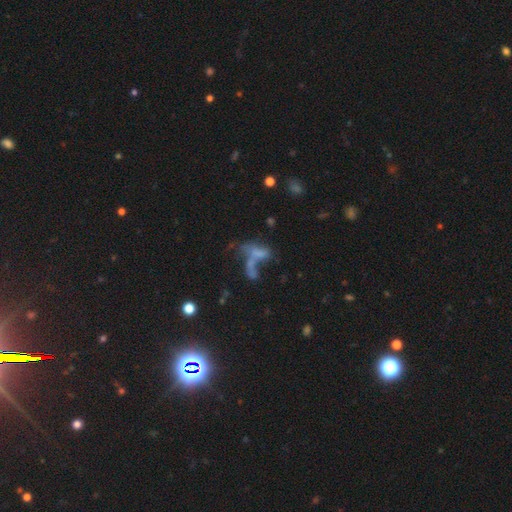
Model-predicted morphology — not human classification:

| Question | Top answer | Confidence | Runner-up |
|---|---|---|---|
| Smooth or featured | smooth | 50% | featured or disk (29%) |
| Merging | merger | 47% | major disturbance (22%) |